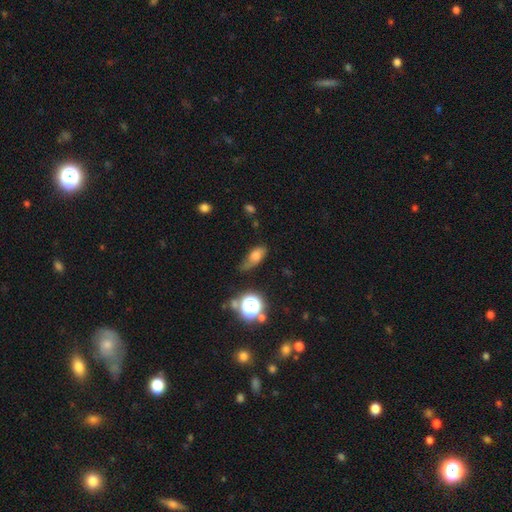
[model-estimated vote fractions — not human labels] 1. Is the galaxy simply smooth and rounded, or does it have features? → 66% smooth, 21% featured or disk, 14% star or artifact.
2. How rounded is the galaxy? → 75% in between, 12% round, 12% cigar-shaped.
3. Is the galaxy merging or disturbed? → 42% none, 36% minor disturbance, 17% major disturbance, 5% merger.